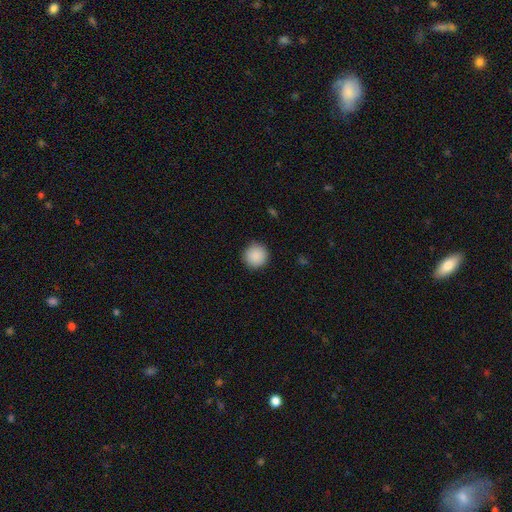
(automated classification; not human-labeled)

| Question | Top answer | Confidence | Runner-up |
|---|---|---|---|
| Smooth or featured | smooth | 90% | star or artifact (8%) |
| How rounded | round | 96% | in between (3%) |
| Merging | none | 92% | minor disturbance (6%) |